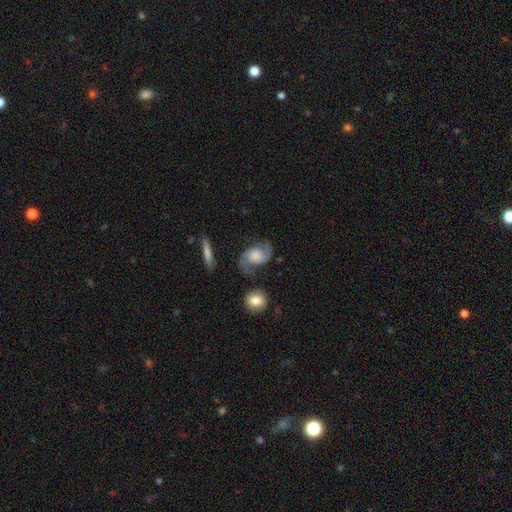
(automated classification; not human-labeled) A featured or disk galaxy (79%) with no bar (68%), 2 (93%) medium (49%) spiral arms (96%) and a large central bulge (28%).

Vote fractions:
- Smooth or featured? featured or disk: 79% / smooth: 15% / star or artifact: 6%
- Edge-on disk? no: 97% / yes: 3%
- Bar? no: 68% / weak: 26% / strong: 6%
- Spiral arms? yes: 96% / no: 4%
- Spiral winding? medium: 49% / loose: 35% / tight: 17%
- Spiral arm count? 2: 93% / can't tell: 3% / 1: 2% / 3: 1% / 4: 1% / more than 4: 1%
- Bulge size? large: 28% / moderate: 27% / none: 21% / small: 18% / dominant: 6%
- Merging? none: 69% / minor disturbance: 18% / major disturbance: 8% / merger: 6%